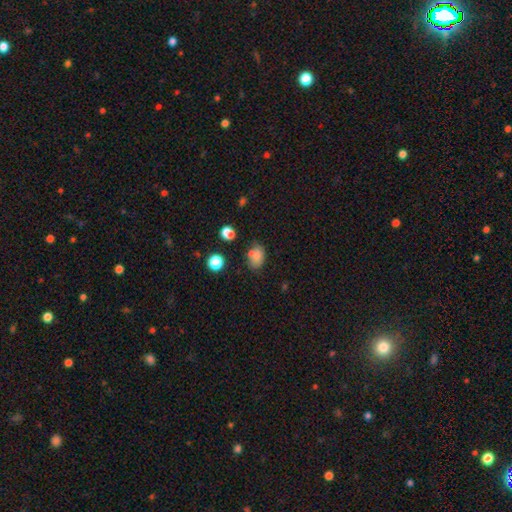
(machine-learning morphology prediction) Smooth or featured? smooth (77%)
How rounded? in between (74%)
Merging? none (61%)